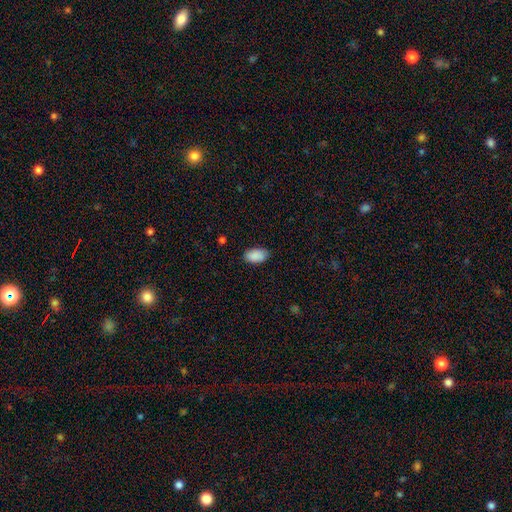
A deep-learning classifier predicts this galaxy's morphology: A smooth galaxy with no disk features (90%) that is in between round and cigar-shaped (94%).

Vote fractions:
- Smooth or featured? smooth: 90% / star or artifact: 7% / featured or disk: 3%
- How rounded? in between: 94% / round: 4% / cigar-shaped: 2%
- Merging? none: 84% / minor disturbance: 13% / major disturbance: 2% / merger: 1%